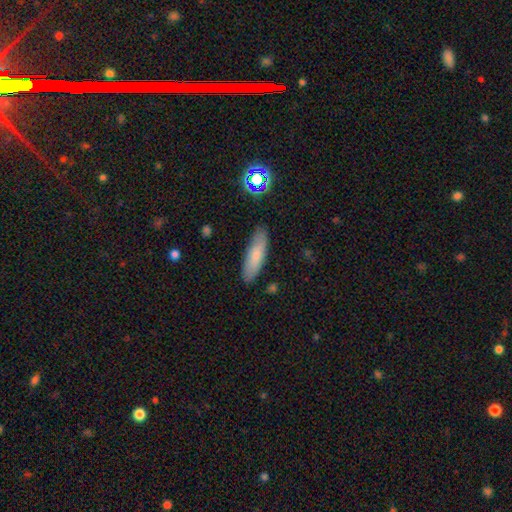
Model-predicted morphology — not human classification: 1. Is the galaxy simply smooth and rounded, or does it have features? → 76% smooth, 16% featured or disk, 8% star or artifact.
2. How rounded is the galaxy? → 57% cigar-shaped, 41% in between, 2% round.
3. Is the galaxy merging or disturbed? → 85% none, 11% minor disturbance, 2% major disturbance, 2% merger.